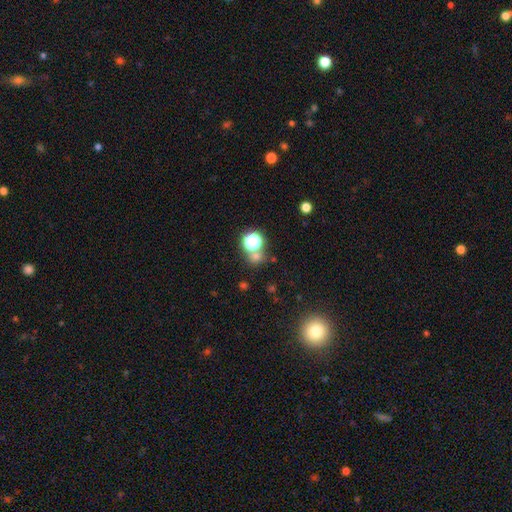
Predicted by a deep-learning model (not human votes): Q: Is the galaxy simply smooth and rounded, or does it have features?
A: smooth — 58%.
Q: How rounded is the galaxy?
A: round — 84%.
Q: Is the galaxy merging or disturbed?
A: none — 65%.